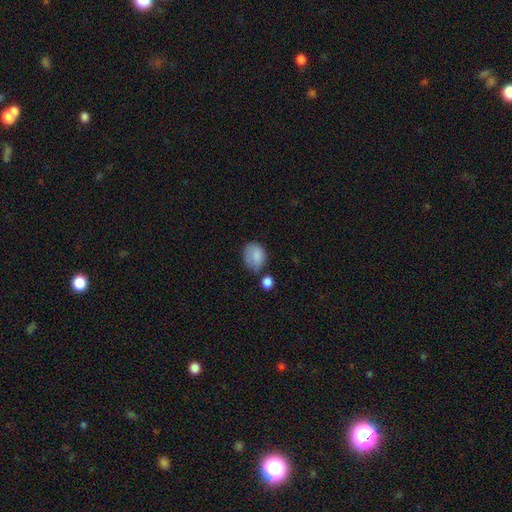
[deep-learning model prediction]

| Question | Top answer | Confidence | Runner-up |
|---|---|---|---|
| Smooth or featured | smooth | 84% | featured or disk (8%) |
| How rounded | in between | 57% | round (42%) |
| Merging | none | 51% | minor disturbance (29%) |